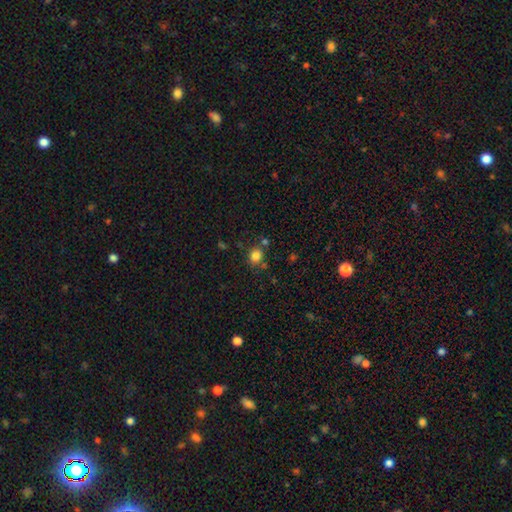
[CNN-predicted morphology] smooth 82%, star or artifact 12%, featured or disk 5%. Down the decision tree: how rounded — round (75%); merging — none (75%).